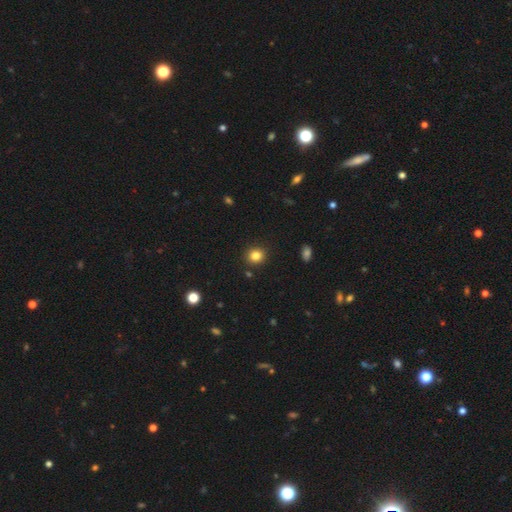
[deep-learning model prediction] Smooth or featured: smooth — 83% (star or artifact — 12%)
How rounded: round — 81% (in between — 18%)
Merging: none — 90% (minor disturbance — 6%)